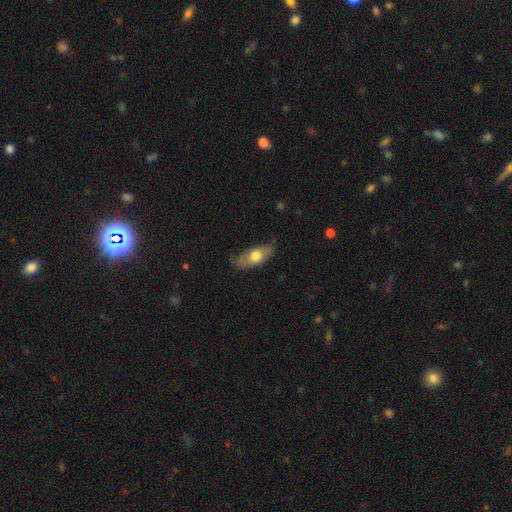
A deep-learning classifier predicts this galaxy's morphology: smooth 63%, featured or disk 31%, star or artifact 6%. Down the decision tree: how rounded — in between (77%); merging — none (70%).